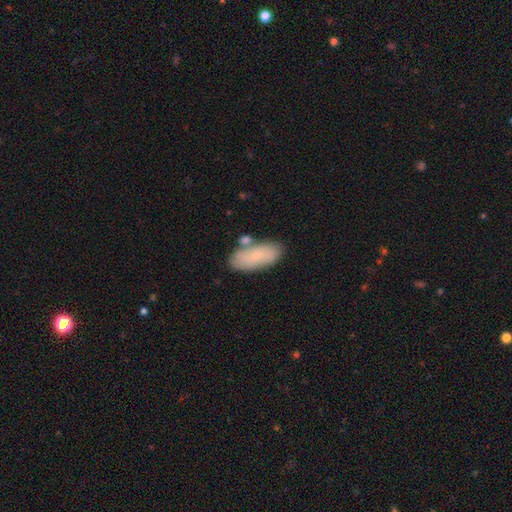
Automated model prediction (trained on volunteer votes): Smooth or featured?
  - smooth: 73% *
  - featured or disk: 20%
  - star or artifact: 7%
How rounded?
  - in between: 87% *
  - cigar-shaped: 10%
  - round: 3%
Merging?
  - none: 67% *
  - minor disturbance: 16%
  - merger: 13%
  - major disturbance: 4%